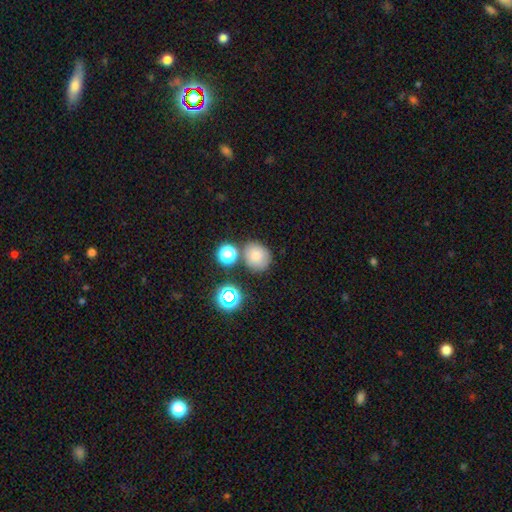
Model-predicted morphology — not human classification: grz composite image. It shows a smooth galaxy with no disk features (74%) that is round (71%). Merging: none (71%).